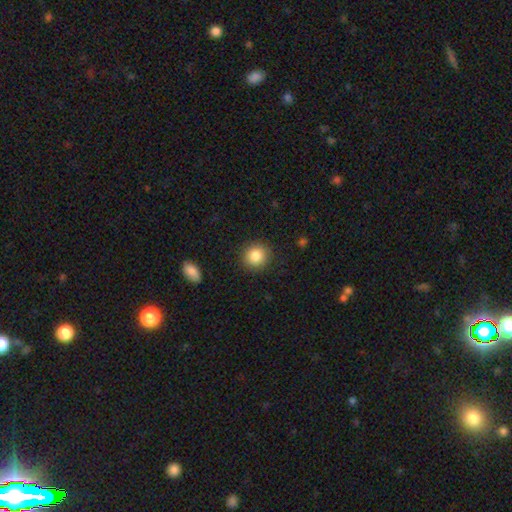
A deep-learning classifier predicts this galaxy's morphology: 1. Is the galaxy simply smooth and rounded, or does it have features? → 85% smooth, 9% star or artifact, 6% featured or disk.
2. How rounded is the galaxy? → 90% round, 9% in between, 1% cigar-shaped.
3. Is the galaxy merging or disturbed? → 89% none, 7% minor disturbance, 2% major disturbance, 1% merger.